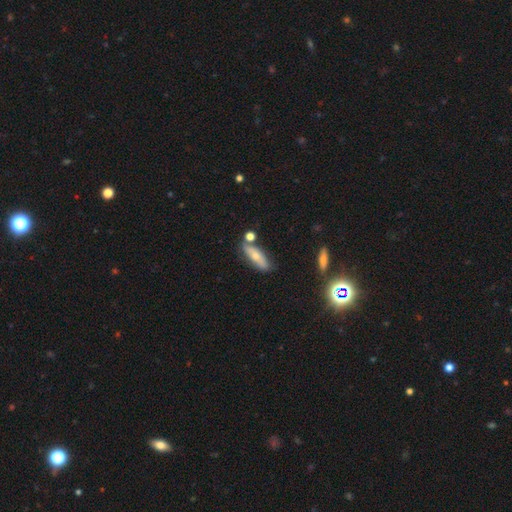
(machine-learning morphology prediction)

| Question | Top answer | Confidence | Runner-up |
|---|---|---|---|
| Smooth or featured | smooth | 59% | featured or disk (34%) |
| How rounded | in between | 50% | cigar-shaped (48%) |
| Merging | none | 66% | minor disturbance (18%) |